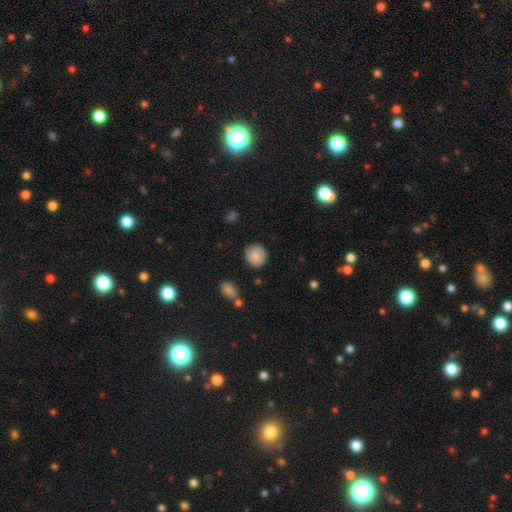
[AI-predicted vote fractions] Q: Smooth or featured?
A: smooth (84%); runner-up: featured or disk (9%)
Q: How rounded?
A: round (89%); runner-up: in between (10%)
Q: Merging?
A: none (80%); runner-up: minor disturbance (15%)